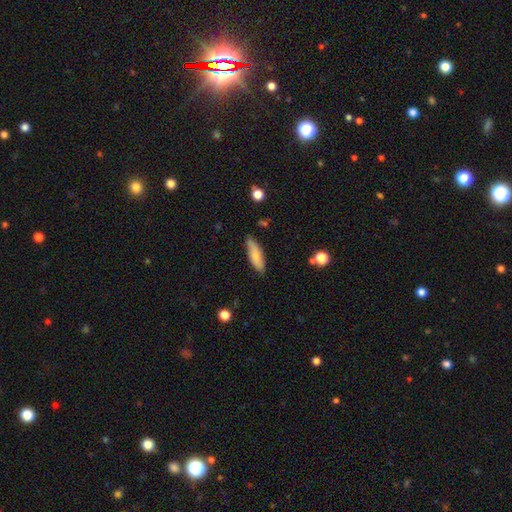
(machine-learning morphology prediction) This is likely a smooth galaxy (76%). How rounded: possibly in between (51%). Merging: clearly none (83%).